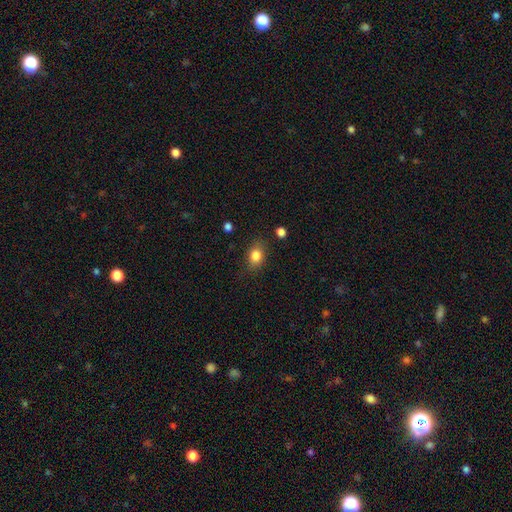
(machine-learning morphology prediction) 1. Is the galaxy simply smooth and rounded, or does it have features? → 83% smooth, 10% star or artifact, 8% featured or disk.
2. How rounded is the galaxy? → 66% in between, 33% round, 2% cigar-shaped.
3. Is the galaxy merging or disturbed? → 80% none, 14% minor disturbance, 4% major disturbance, 2% merger.